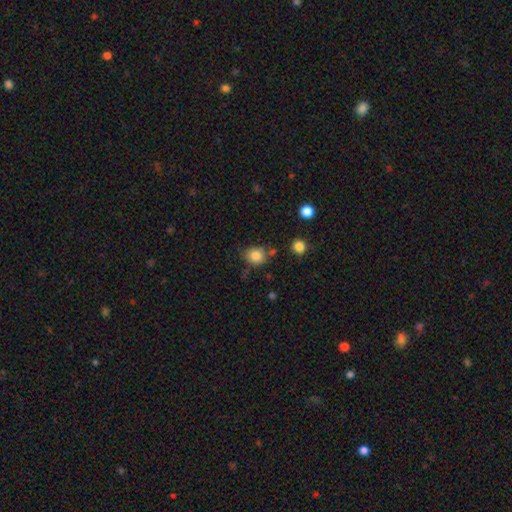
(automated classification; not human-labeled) Q: Smooth or featured?
A: smooth (84%); runner-up: star or artifact (10%)
Q: How rounded?
A: round (70%); runner-up: in between (29%)
Q: Merging?
A: none (68%); runner-up: minor disturbance (19%)